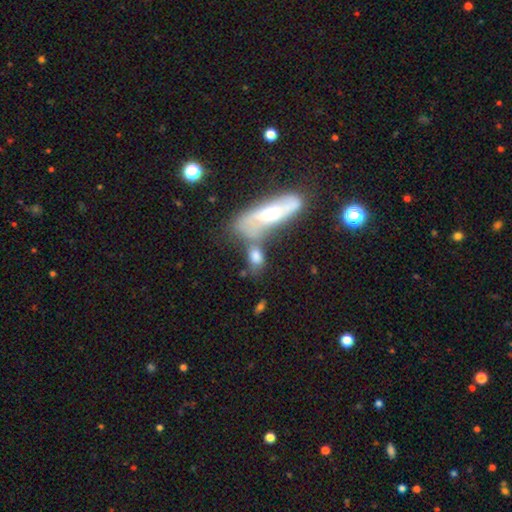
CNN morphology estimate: Smooth or featured? Predicted: smooth (p=0.66). How rounded? Predicted: in between (p=0.70). Merging? Predicted: merger (p=0.40).